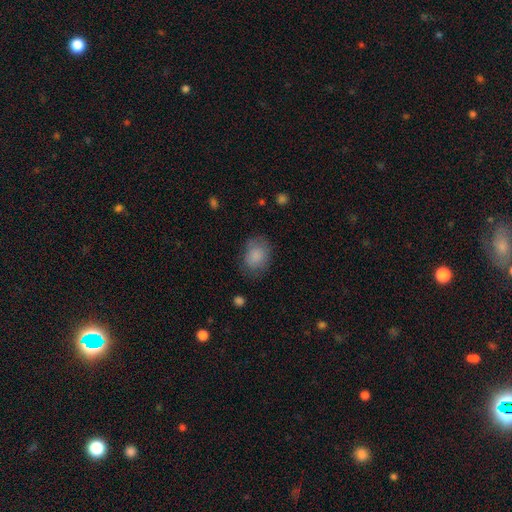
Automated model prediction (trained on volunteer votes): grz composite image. It shows a smooth galaxy with no disk features (85%) that is in between round and cigar-shaped (60%). Merging: none (72%).